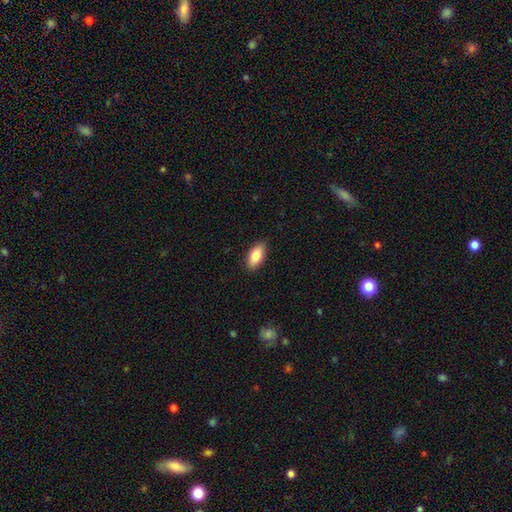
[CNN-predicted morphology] The model was most divided on "smooth or featured": smooth: 82%, featured or disk: 11%, star or artifact: 7%. More confident: how rounded — in between (91%); merging — none (88%).